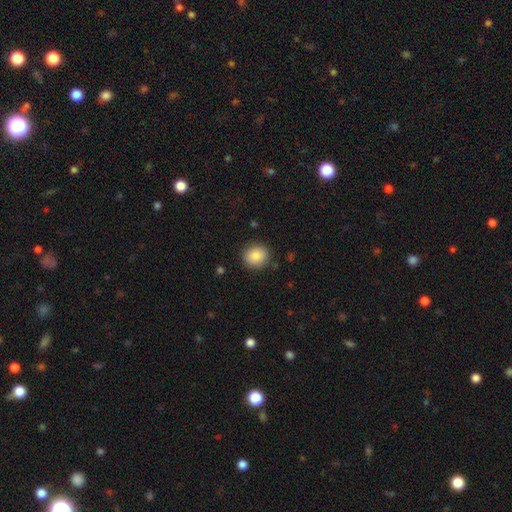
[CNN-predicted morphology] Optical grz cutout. It shows a smooth galaxy with no disk features (84%) that is round (83%). Merging: none (88%).